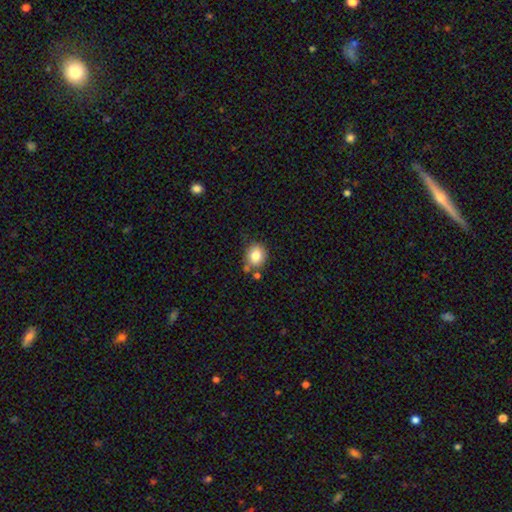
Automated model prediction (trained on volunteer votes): The model was most divided on "how rounded": round: 74%, in between: 25%, cigar-shaped: 1%. More confident: smooth or featured — smooth (81%); merging — none (71%).